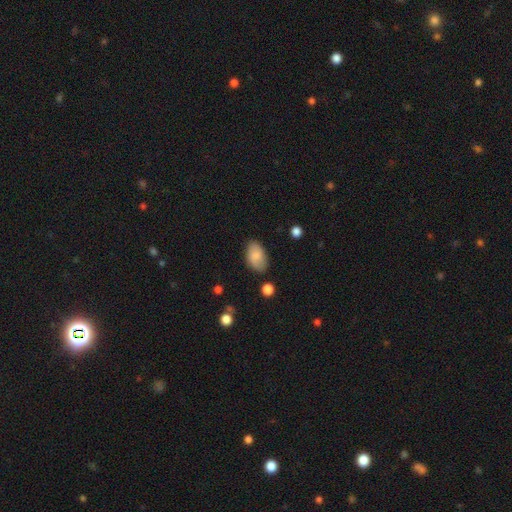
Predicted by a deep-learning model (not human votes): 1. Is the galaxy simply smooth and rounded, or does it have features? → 81% smooth, 12% featured or disk, 7% star or artifact.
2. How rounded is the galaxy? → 93% in between, 6% round, 1% cigar-shaped.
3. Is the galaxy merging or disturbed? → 79% none, 16% minor disturbance, 3% major disturbance, 2% merger.